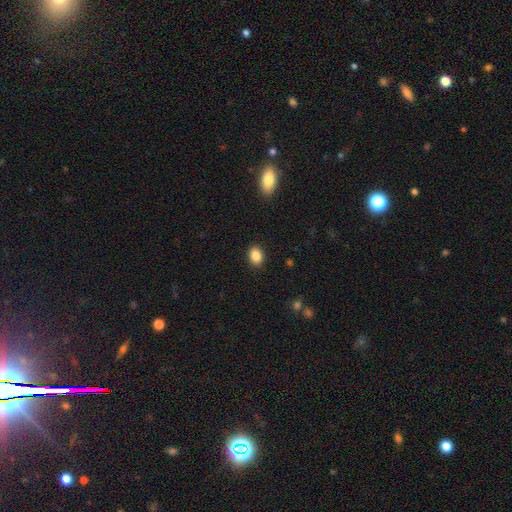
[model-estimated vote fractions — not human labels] This is clearly a smooth galaxy (86%). How rounded: likely in between (67%). Merging: clearly none (90%).